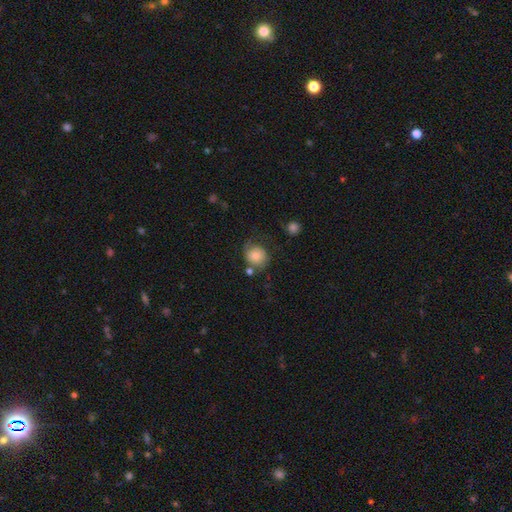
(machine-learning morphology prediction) smooth_or_featured: smooth (p=0.73) [alt: featured or disk p=0.19]
how_rounded: round (p=0.82) [alt: in between p=0.17]
merging: none (p=0.54) [alt: minor disturbance p=0.23]